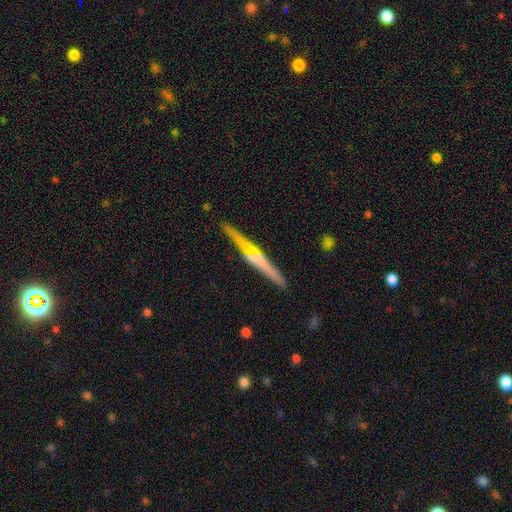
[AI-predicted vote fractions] A featured or disk galaxy (67%) viewed edge-on (97%) with a rounded central bulge (62%). Merging: none (87%).